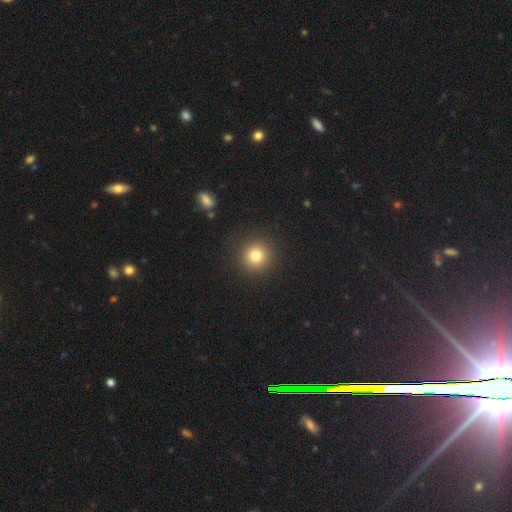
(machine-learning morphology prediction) A smooth galaxy with no disk features (80%) that is round (94%).

Vote fractions:
- Smooth or featured? smooth: 80% / star or artifact: 13% / featured or disk: 7%
- How rounded? round: 94% / in between: 5% / cigar-shaped: 1%
- Merging? none: 90% / minor disturbance: 6% / major disturbance: 3% / merger: 1%